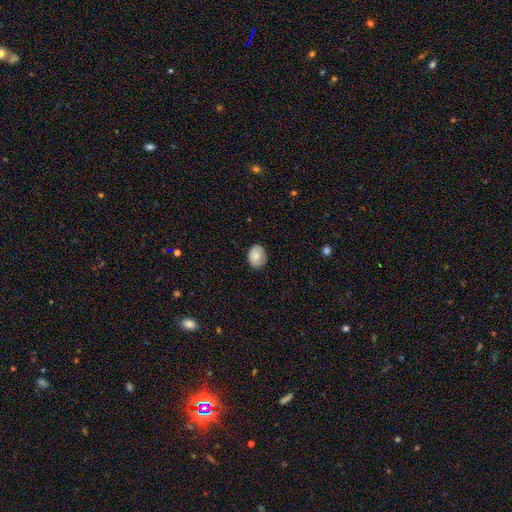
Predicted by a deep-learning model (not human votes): The model was most divided on "how rounded": in between: 53%, round: 46%, cigar-shaped: 1%. More confident: smooth or featured — smooth (81%); merging — none (79%).